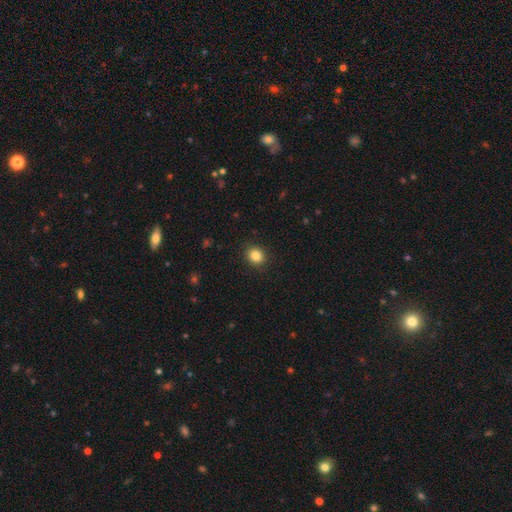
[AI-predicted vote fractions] This appears to be a smooth galaxy with no disk features (84%) that is round (77%). Merging: none (91%).